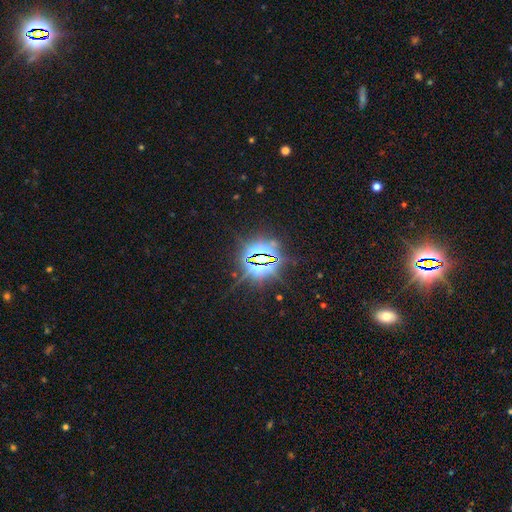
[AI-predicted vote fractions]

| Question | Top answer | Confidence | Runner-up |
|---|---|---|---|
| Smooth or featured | star or artifact | 85% | smooth (8%) |